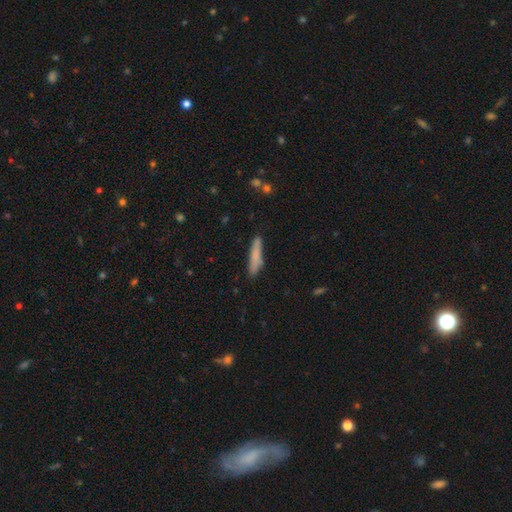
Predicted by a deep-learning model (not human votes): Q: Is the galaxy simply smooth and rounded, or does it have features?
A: smooth — 77%.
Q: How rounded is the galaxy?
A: cigar-shaped — 90%.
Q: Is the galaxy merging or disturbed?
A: none — 82%.